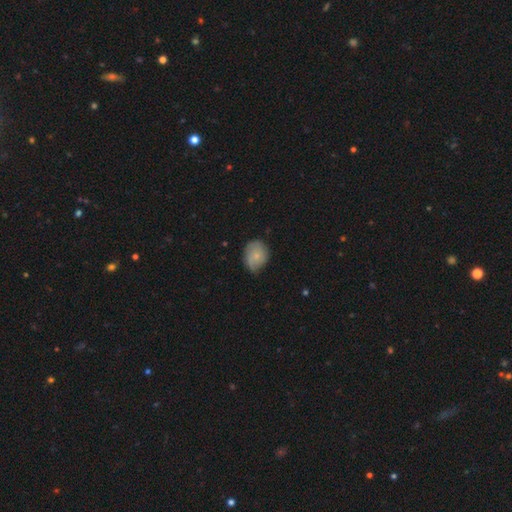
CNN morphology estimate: smooth-or-featured: smooth: 61% | featured or disk: 32% | star or artifact: 7%
  how-rounded: round: 55% | in between: 44% | cigar-shaped: 1%
  merging: none: 57% | minor disturbance: 33% | major disturbance: 8% | merger: 1%